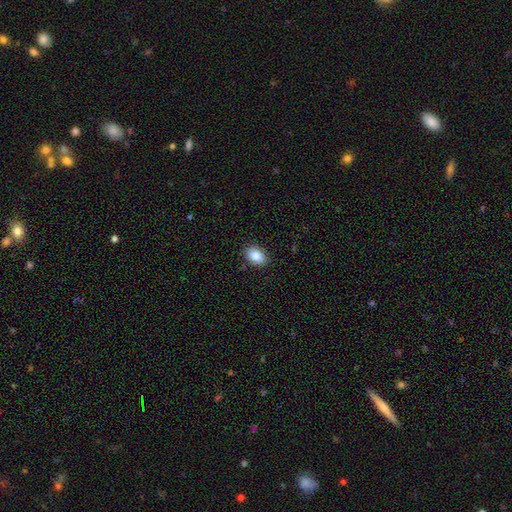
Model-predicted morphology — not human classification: Smooth or featured? smooth (87%)
How rounded? in between (84%)
Merging? none (88%)